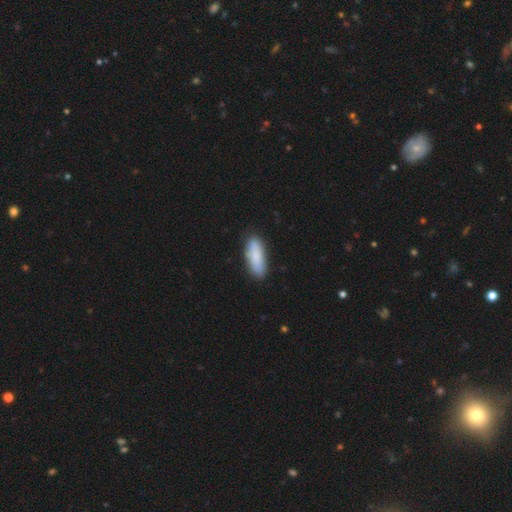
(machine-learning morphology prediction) Q: Smooth or featured?
A: smooth (84%); runner-up: featured or disk (10%)
Q: How rounded?
A: in between (62%); runner-up: cigar-shaped (36%)
Q: Merging?
A: none (83%); runner-up: minor disturbance (13%)